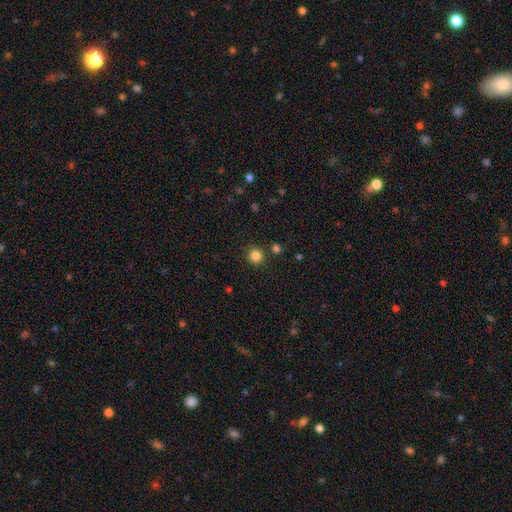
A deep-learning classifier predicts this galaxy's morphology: Smooth or featured: smooth — 84% (star or artifact — 13%)
How rounded: round — 94% (in between — 5%)
Merging: none — 87% (minor disturbance — 6%)